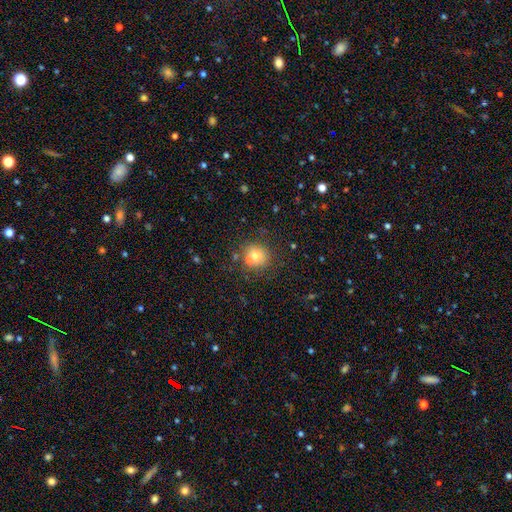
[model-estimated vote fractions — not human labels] A smooth galaxy with no disk features (69%) that is round (83%).

Vote fractions:
- Smooth or featured? smooth: 69% / featured or disk: 16% / star or artifact: 15%
- How rounded? round: 83% / in between: 16% / cigar-shaped: 1%
- Merging? none: 61% / merger: 24% / minor disturbance: 11% / major disturbance: 4%